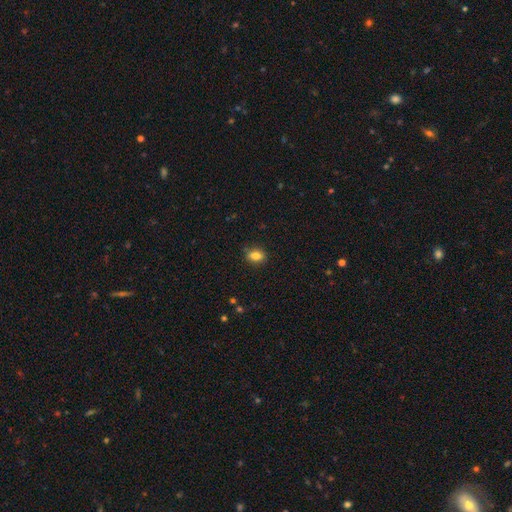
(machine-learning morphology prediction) A smooth galaxy with no disk features (82%) that is in between round and cigar-shaped (69%).

Vote fractions:
- Smooth or featured? smooth: 82% / star or artifact: 10% / featured or disk: 8%
- How rounded? in between: 69% / round: 29% / cigar-shaped: 2%
- Merging? none: 85% / minor disturbance: 12% / major disturbance: 2% / merger: 1%